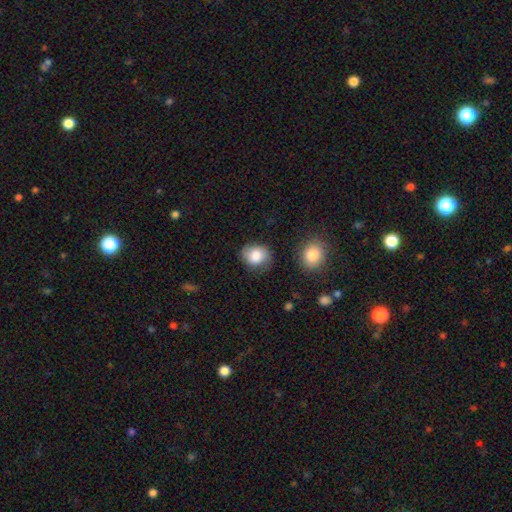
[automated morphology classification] smooth 79%, featured or disk 13%, star or artifact 8%. Down the decision tree: how rounded — round (68%); merging — none (68%).